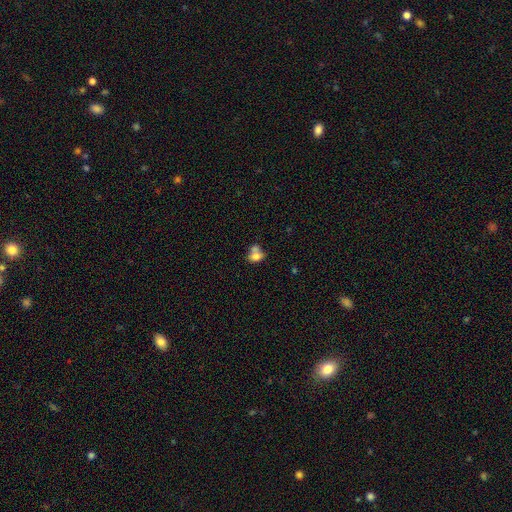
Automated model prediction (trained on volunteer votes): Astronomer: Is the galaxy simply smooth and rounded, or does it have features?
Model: smooth — 73%.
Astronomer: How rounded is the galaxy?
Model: in between — 55% (runner-up: round, 44%).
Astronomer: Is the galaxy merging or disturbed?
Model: merger — 50% (runner-up: none, 30%).